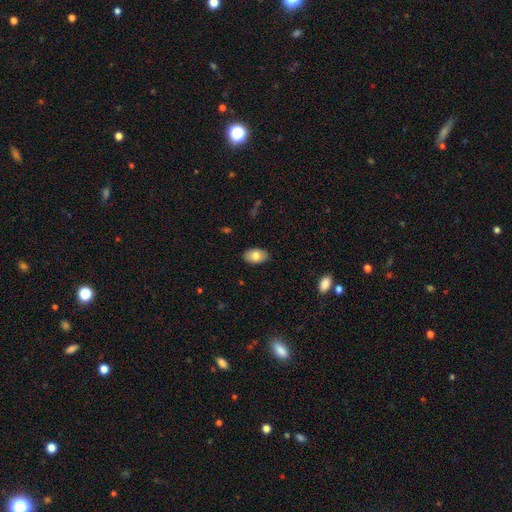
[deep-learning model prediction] smooth-or-featured: smooth: 80% | featured or disk: 13% | star or artifact: 7%
  how-rounded: in between: 92% | round: 7% | cigar-shaped: 1%
  merging: none: 86% | minor disturbance: 11% | major disturbance: 2% | merger: 1%